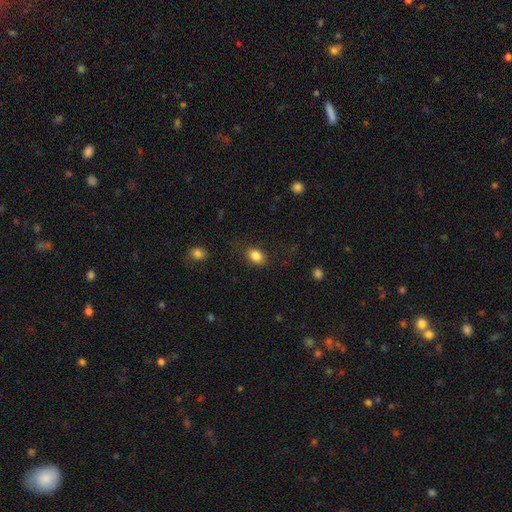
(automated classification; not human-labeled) Smooth or featured? smooth (84%)
How rounded? in between (72%)
Merging? none (81%)